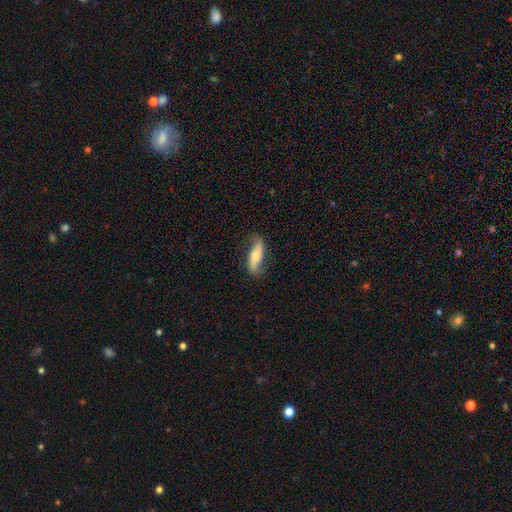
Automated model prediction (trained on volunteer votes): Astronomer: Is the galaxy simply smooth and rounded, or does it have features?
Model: featured or disk — 55% (runner-up: smooth, 39%).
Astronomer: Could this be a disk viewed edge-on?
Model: no — 74%.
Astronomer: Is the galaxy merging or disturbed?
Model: none — 76%.